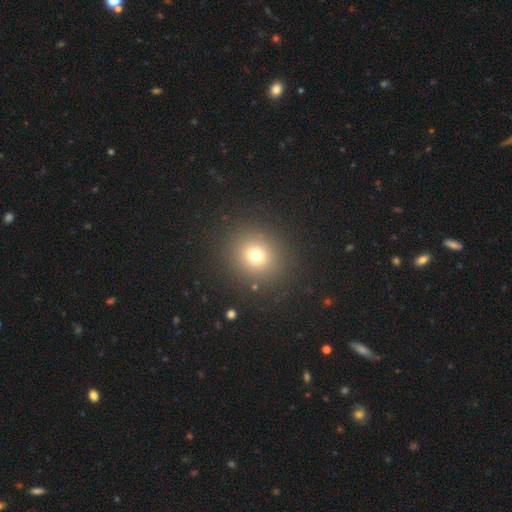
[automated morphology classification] A smooth galaxy with no disk features (73%) that is round (82%).

Vote fractions:
- Smooth or featured? smooth: 73% / star or artifact: 17% / featured or disk: 10%
- How rounded? round: 82% / in between: 17% / cigar-shaped: 1%
- Merging? none: 88% / minor disturbance: 7% / major disturbance: 4% / merger: 2%